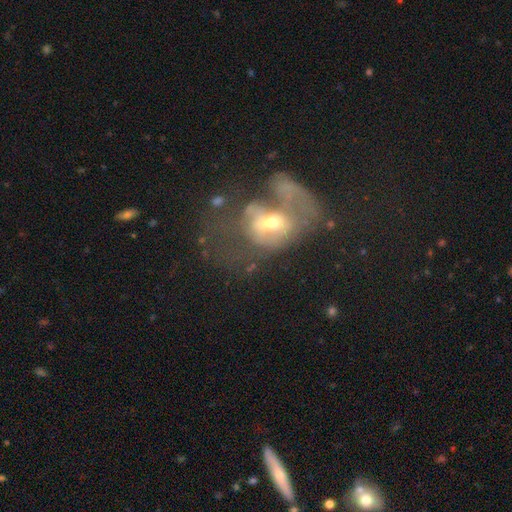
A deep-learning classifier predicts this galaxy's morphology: Smooth or featured? featured or disk (60%)
Edge-on disk? no (95%)
Bar? no (63%)
Spiral arms? no (60%)
Bulge size? moderate (58%)
Merging? major disturbance (37%)